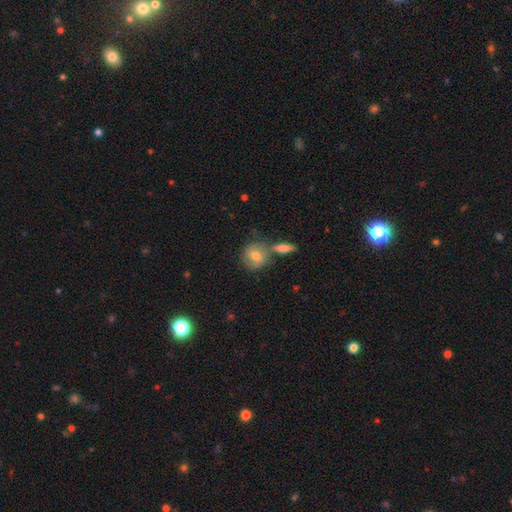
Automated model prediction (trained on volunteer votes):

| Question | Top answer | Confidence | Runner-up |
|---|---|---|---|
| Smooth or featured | smooth | 63% | featured or disk (28%) |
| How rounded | round | 82% | in between (16%) |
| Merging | none | 59% | merger (24%) |